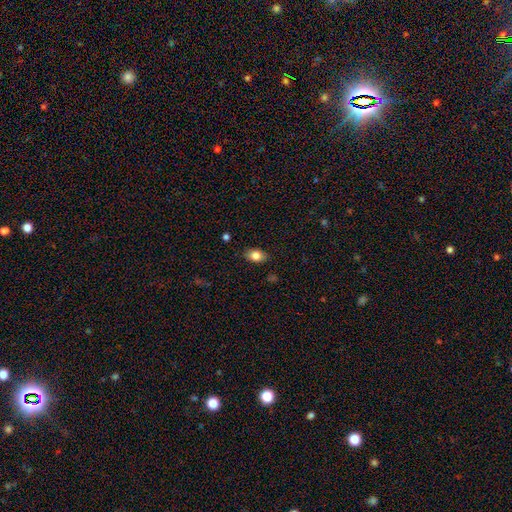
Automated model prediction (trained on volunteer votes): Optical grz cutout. It shows a smooth galaxy with no disk features (82%) that is in between round and cigar-shaped (81%). Merging: none (84%).